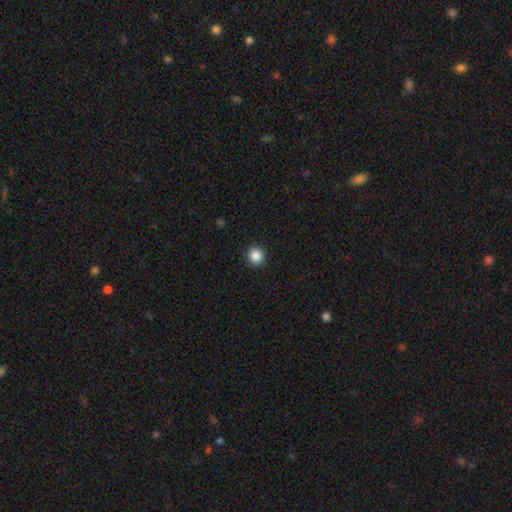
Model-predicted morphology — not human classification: smooth-or-featured: smooth: 87% | star or artifact: 10% | featured or disk: 3%
  how-rounded: round: 94% | in between: 5% | cigar-shaped: 1%
  merging: none: 93% | minor disturbance: 5% | major disturbance: 2% | merger: 1%